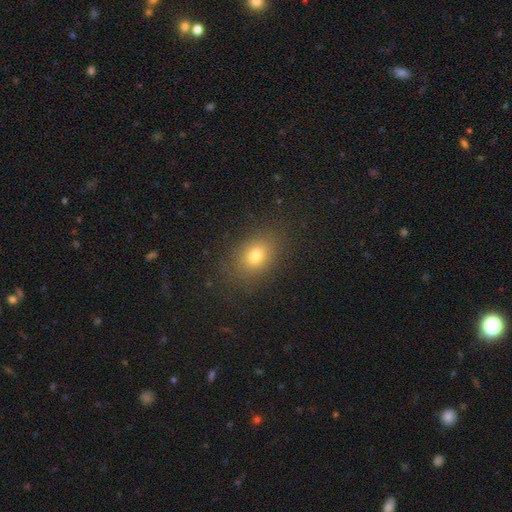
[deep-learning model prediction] smooth-or-featured: smooth: 75% | star or artifact: 14% | featured or disk: 11%
  how-rounded: in between: 66% | round: 33% | cigar-shaped: 2%
  merging: none: 85% | minor disturbance: 10% | major disturbance: 4% | merger: 1%